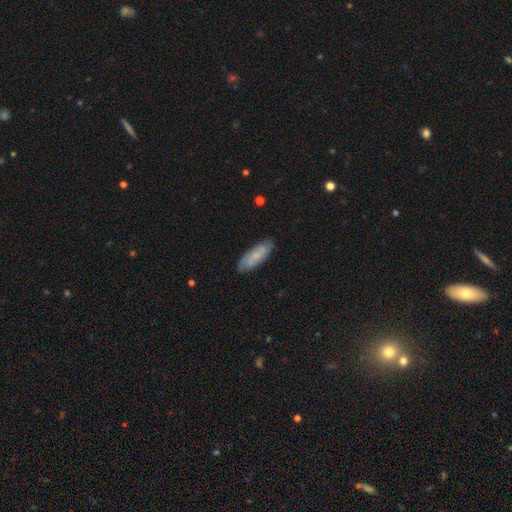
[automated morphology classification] Smooth or featured?
  - smooth: 53% *
  - featured or disk: 39%
  - star or artifact: 7%
How rounded?
  - in between: 61% *
  - cigar-shaped: 37%
  - round: 2%
Merging?
  - none: 83% *
  - minor disturbance: 13%
  - major disturbance: 3%
  - merger: 1%